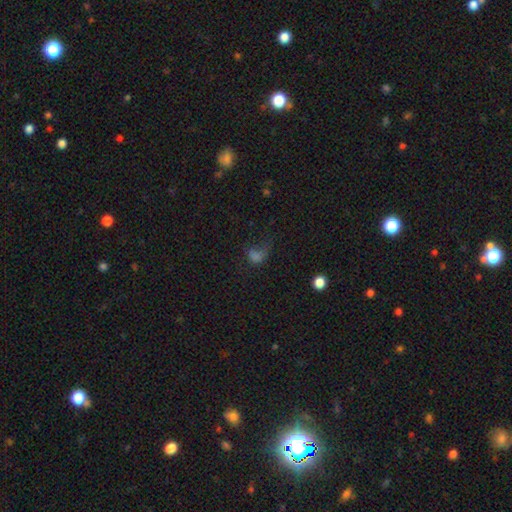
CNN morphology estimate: A smooth galaxy with no disk features (61%) that is in between round and cigar-shaped (60%).

Vote fractions:
- Smooth or featured? smooth: 61% / star or artifact: 25% / featured or disk: 14%
- How rounded? in between: 60% / round: 37% / cigar-shaped: 3%
- Merging? major disturbance: 37% / none: 33% / minor disturbance: 23% / merger: 8%